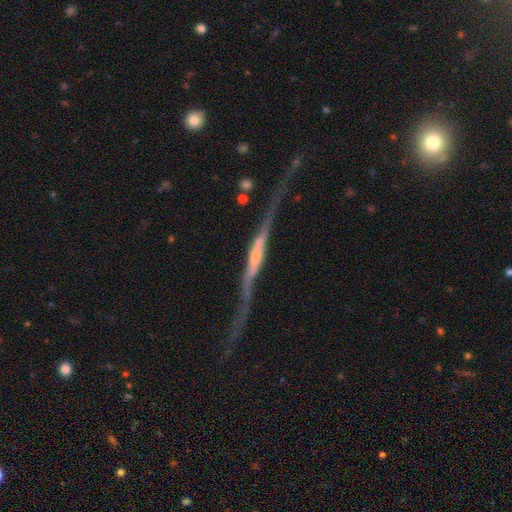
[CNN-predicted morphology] Q: Smooth or featured?
A: featured or disk (82%); runner-up: smooth (12%)
Q: Edge-on disk?
A: yes (87%); runner-up: no (13%)
Q: Edge-on bulge?
A: rounded (45%); runner-up: boxy (31%)
Q: Merging?
A: none (51%); runner-up: major disturbance (21%)